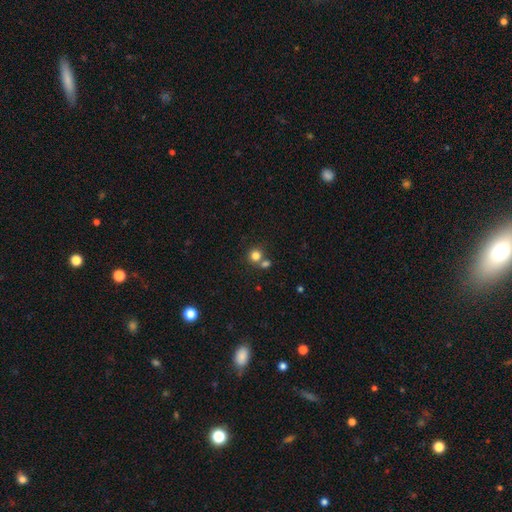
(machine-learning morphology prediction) type=smooth (80%); roundness=round (90%); merging=none (61%).